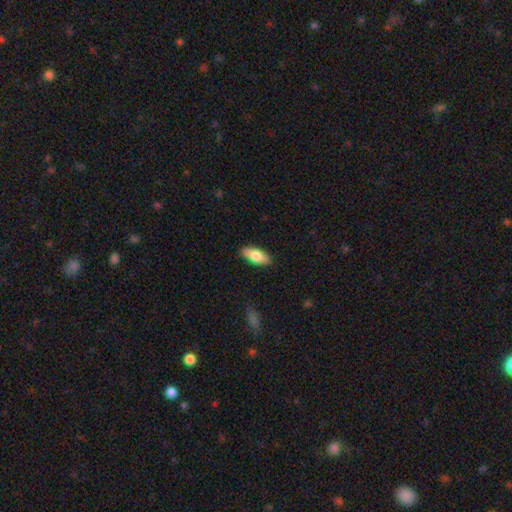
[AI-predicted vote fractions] smooth_or_featured: smooth (p=0.78) [alt: featured or disk p=0.16]
how_rounded: in between (p=0.85) [alt: cigar-shaped p=0.13]
merging: none (p=0.88) [alt: minor disturbance p=0.09]